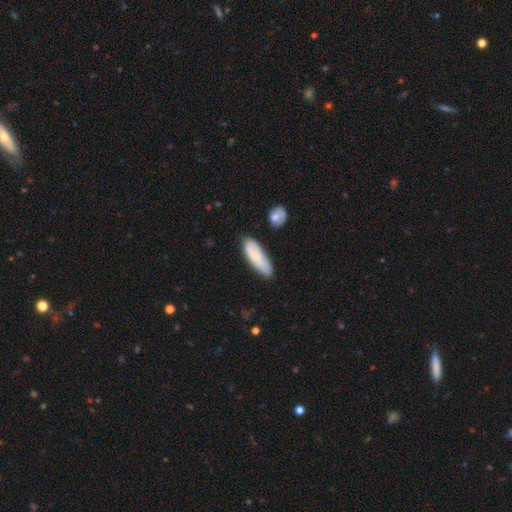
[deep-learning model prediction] Overall: smooth (76%). How rounded: in between (56%; cigar-shaped 42%). Merging: none (70%).